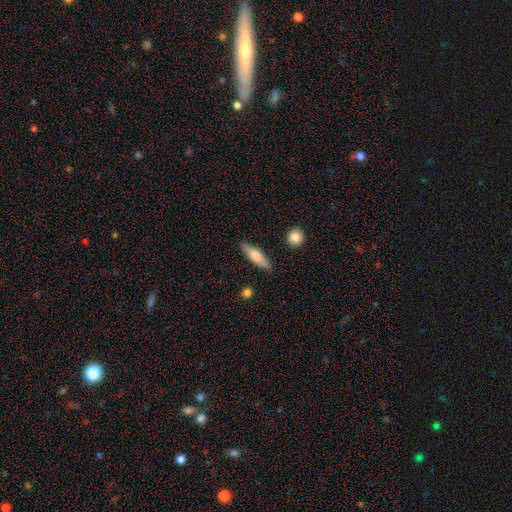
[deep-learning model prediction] smooth_or_featured: smooth (p=0.71) [alt: featured or disk p=0.24]
how_rounded: cigar-shaped (p=0.60) [alt: in between p=0.38]
merging: none (p=0.86) [alt: minor disturbance p=0.10]